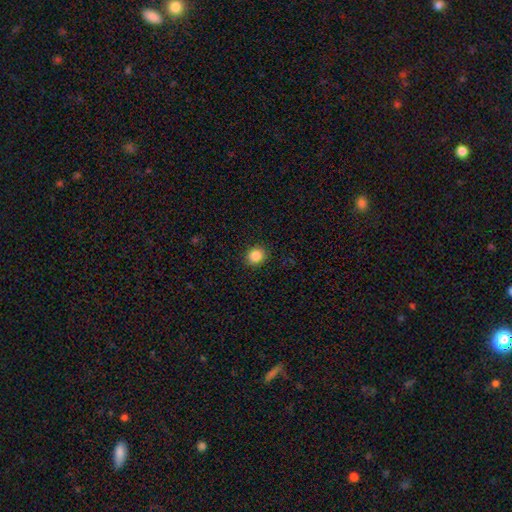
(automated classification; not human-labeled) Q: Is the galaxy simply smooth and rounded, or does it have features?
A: smooth — 86%.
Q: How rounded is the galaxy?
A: round — 84%.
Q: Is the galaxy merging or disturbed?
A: none — 91%.